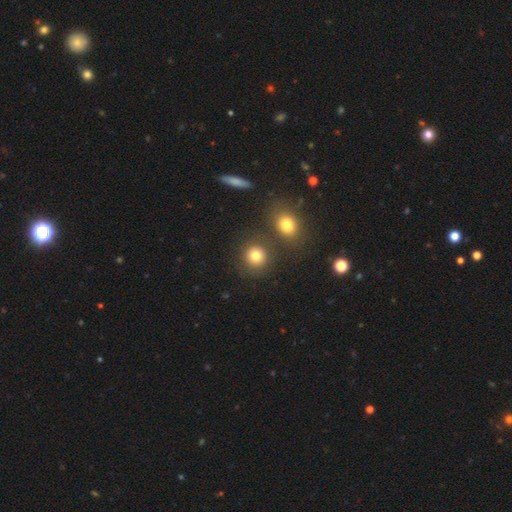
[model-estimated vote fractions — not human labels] Smooth or featured? Predicted: smooth (p=0.79). How rounded? Predicted: round (p=0.88). Merging? Predicted: none (p=0.78).